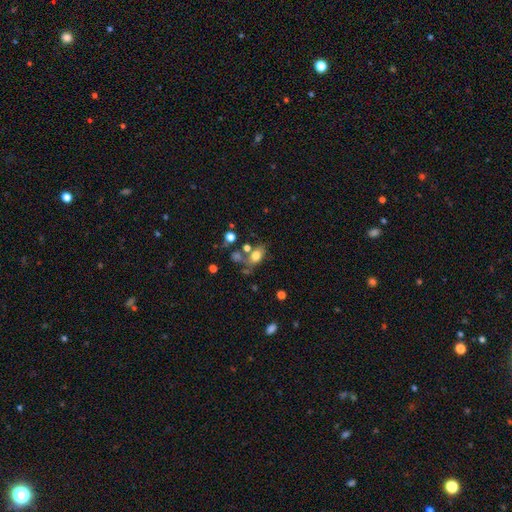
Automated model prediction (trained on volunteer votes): Smooth or featured? Predicted: smooth (p=0.70). How rounded? Predicted: in between (p=0.80). Merging? Predicted: none (p=0.45).